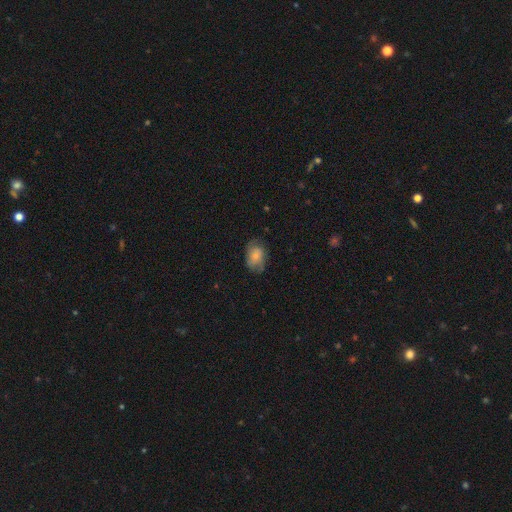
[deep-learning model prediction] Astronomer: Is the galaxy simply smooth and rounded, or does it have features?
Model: smooth — 63%.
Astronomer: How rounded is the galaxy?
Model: in between — 78%.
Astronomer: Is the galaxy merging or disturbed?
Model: none — 66%.